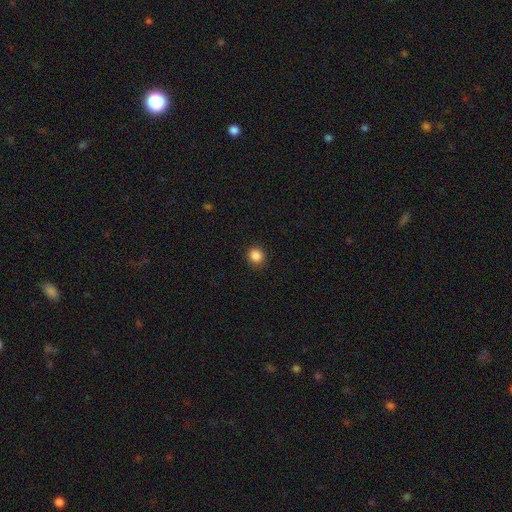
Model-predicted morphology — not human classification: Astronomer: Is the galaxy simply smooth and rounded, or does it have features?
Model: smooth — 87%.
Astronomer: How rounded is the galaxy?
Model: round — 90%.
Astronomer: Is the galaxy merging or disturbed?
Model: none — 90%.